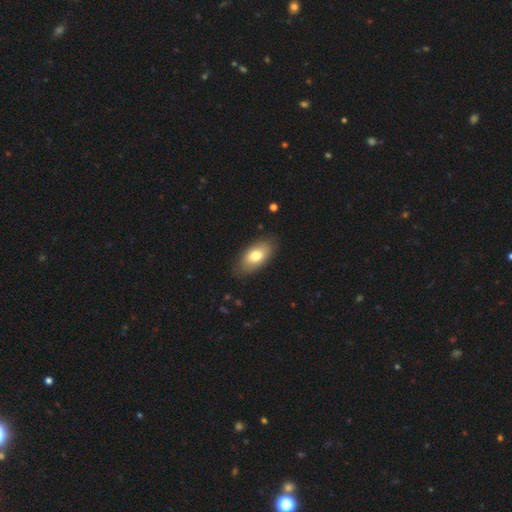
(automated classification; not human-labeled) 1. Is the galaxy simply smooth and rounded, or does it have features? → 76% smooth, 18% featured or disk, 7% star or artifact.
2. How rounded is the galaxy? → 92% in between, 4% round, 4% cigar-shaped.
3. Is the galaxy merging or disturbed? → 84% none, 12% minor disturbance, 3% major disturbance, 1% merger.